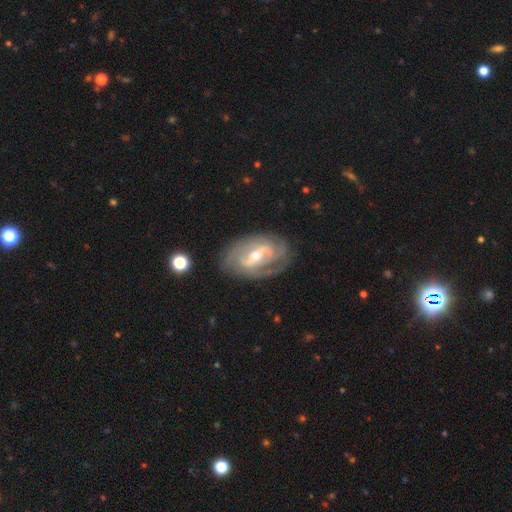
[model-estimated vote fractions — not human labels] featured or disk 84%, smooth 11%, star or artifact 5%. Down the decision tree: edge-on disk — no (95%); bar — strong (42%); spiral arms — yes (86%); spiral arm count — 2 (53%); spiral winding — tight (52%); bulge size — moderate (63%); merging — none (74%).